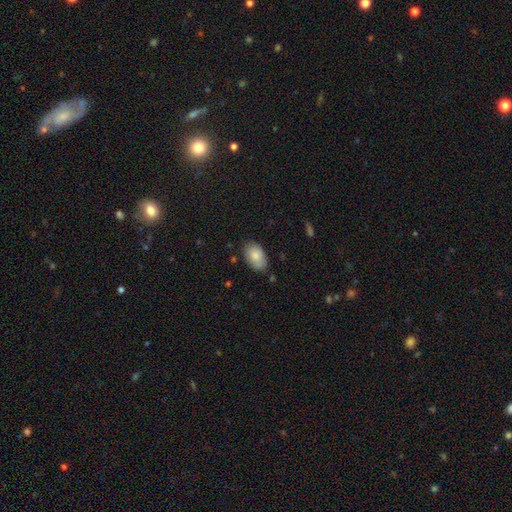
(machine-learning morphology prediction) A smooth galaxy with no disk features (85%) that is in between round and cigar-shaped (91%).

Vote fractions:
- Smooth or featured? smooth: 85% / featured or disk: 8% / star or artifact: 7%
- How rounded? in between: 91% / round: 8% / cigar-shaped: 1%
- Merging? none: 78% / minor disturbance: 17% / major disturbance: 3% / merger: 2%